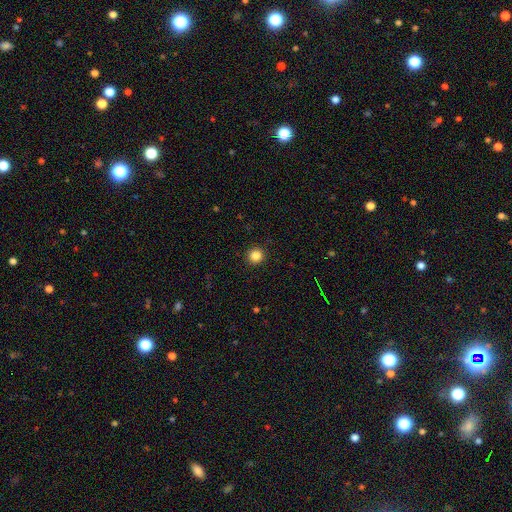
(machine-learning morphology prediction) This is clearly a smooth galaxy (85%). How rounded: clearly round (95%). Merging: clearly none (93%).